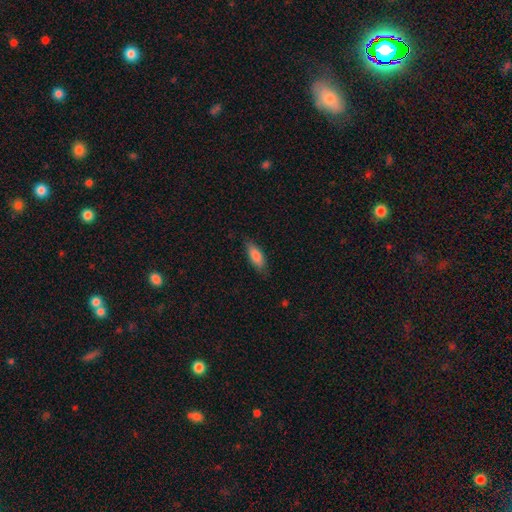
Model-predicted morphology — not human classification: Q: Smooth or featured?
A: smooth (84%); runner-up: featured or disk (10%)
Q: How rounded?
A: in between (70%); runner-up: cigar-shaped (28%)
Q: Merging?
A: none (81%); runner-up: minor disturbance (15%)